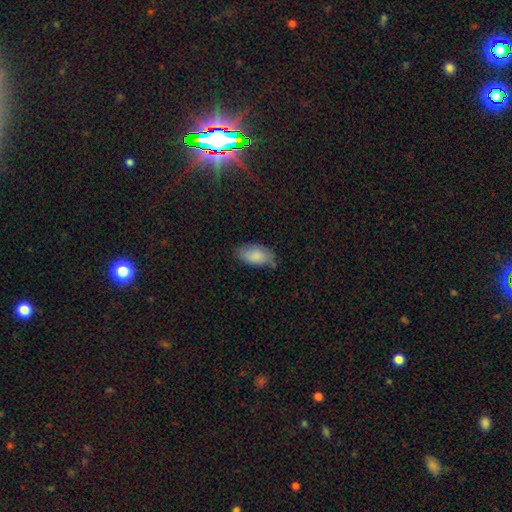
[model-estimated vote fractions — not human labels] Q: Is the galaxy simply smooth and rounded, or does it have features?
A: smooth — 84%.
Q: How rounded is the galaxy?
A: in between — 94%.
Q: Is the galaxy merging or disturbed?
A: none — 66%.